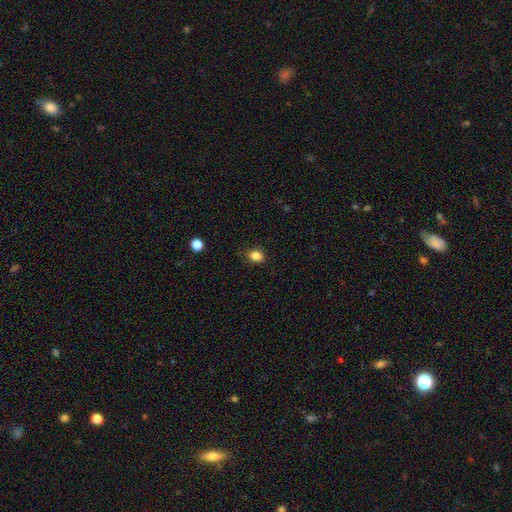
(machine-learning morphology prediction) Overall: smooth (85%). How rounded: in between (52%; round 47%). Merging: none (85%).